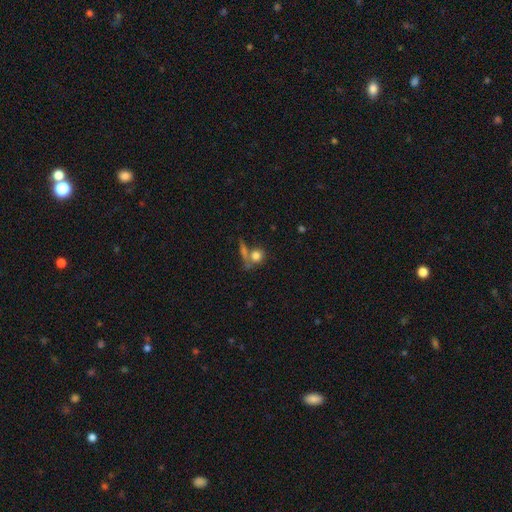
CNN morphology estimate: Smooth or featured: smooth — 77% (featured or disk — 12%)
How rounded: round — 75% (in between — 21%)
Merging: none — 51% (merger — 30%)